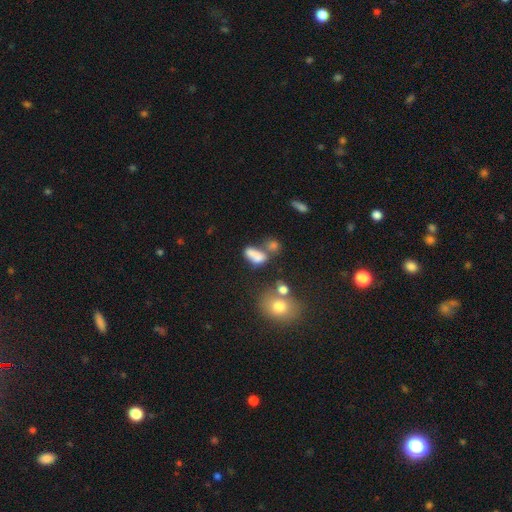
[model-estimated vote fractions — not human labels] smooth_or_featured: smooth (p=0.71) [alt: featured or disk p=0.16]
how_rounded: in between (p=0.81) [alt: round p=0.14]
merging: merger (p=0.43) [alt: none p=0.28]